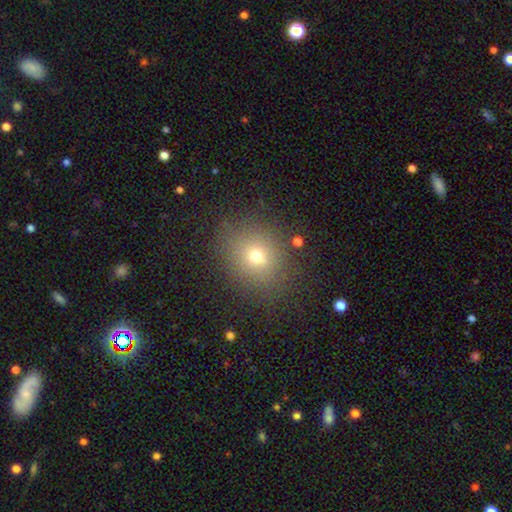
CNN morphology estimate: smooth-or-featured: smooth: 68% | star or artifact: 19% | featured or disk: 13%
  how-rounded: round: 71% | in between: 27% | cigar-shaped: 1%
  merging: none: 83% | minor disturbance: 10% | major disturbance: 5% | merger: 2%